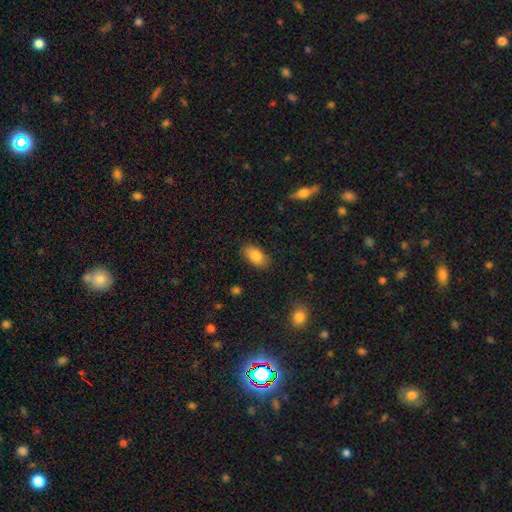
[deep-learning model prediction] Morphology: type=smooth (84%); roundness=in between (91%); merging=none (85%).